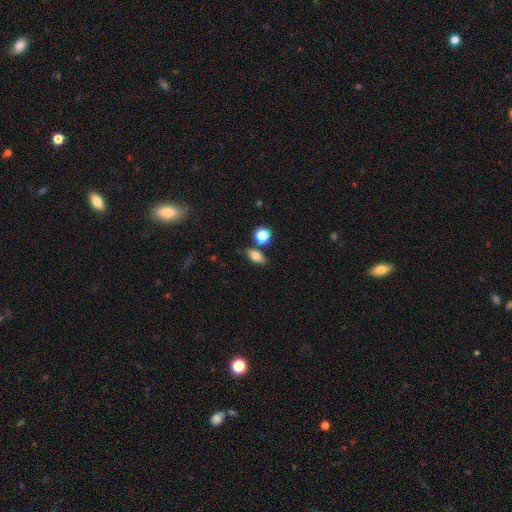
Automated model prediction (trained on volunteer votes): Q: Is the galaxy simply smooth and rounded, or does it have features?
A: smooth — 72%.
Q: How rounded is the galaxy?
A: in between — 73%.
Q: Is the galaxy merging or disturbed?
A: none — 75%.